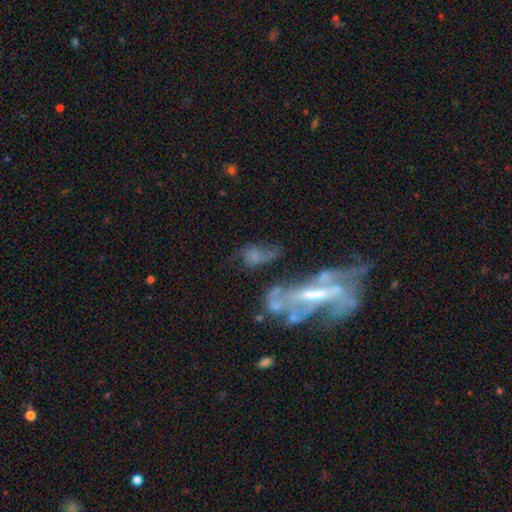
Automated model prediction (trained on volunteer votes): The model was most divided on "merging": major disturbance: 31%, none: 28%, merger: 25%, minor disturbance: 17%. Remaining: smooth or featured — featured or disk (47%).